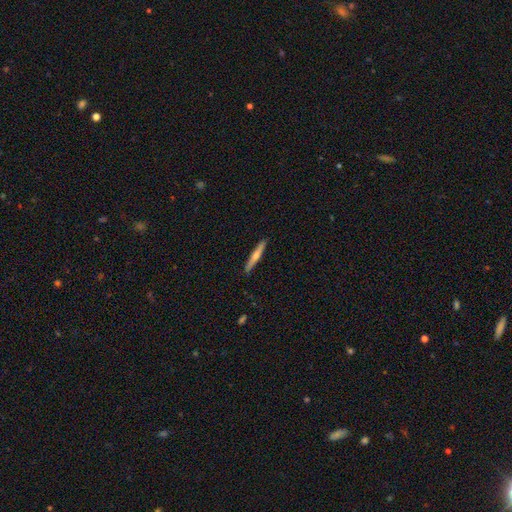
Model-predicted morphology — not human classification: This appears to be a featured or disk galaxy (48%). Merging: none (91%).